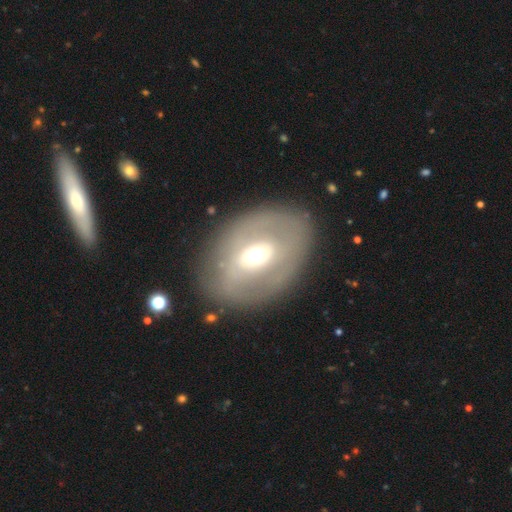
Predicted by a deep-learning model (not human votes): Q: Smooth or featured?
A: featured or disk (56%); runner-up: smooth (37%)
Q: Edge-on disk?
A: no (92%); runner-up: yes (8%)
Q: Bar?
A: no (51%); runner-up: weak (33%)
Q: Spiral arms?
A: no (77%); runner-up: yes (23%)
Q: Bulge size?
A: moderate (64%); runner-up: small (22%)
Q: Merging?
A: none (78%); runner-up: minor disturbance (13%)